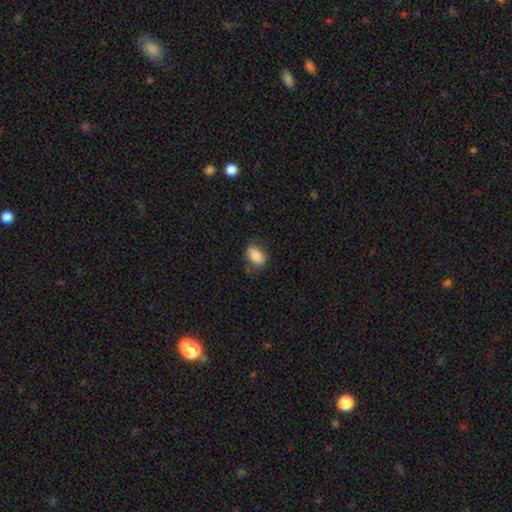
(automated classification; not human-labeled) The model was most divided on "merging": none: 67%, minor disturbance: 25%, major disturbance: 7%, merger: 2%. More confident: how rounded — in between (87%); smooth or featured — smooth (85%).